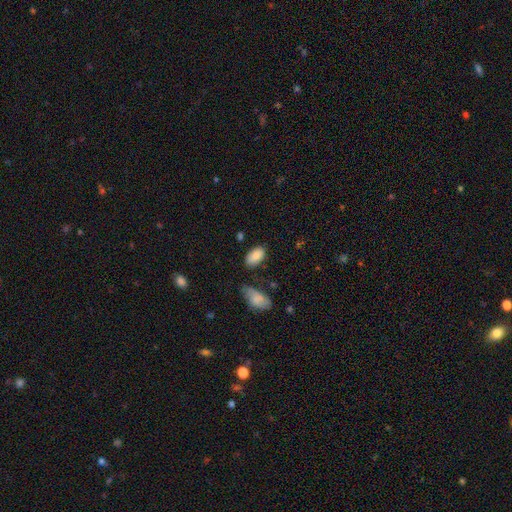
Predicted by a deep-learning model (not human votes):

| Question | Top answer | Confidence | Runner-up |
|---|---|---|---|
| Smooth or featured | smooth | 87% | star or artifact (7%) |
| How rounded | in between | 94% | round (3%) |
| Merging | none | 73% | minor disturbance (18%) |